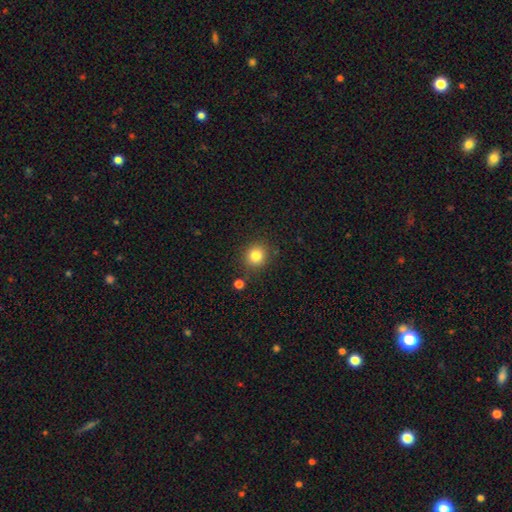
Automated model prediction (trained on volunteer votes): This appears to be a smooth galaxy with no disk features (83%) that is round (88%). Merging: none (85%).